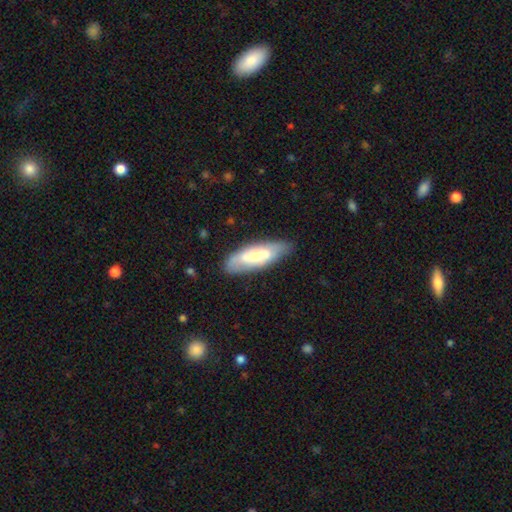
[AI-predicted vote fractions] Smooth or featured? smooth (53%)
How rounded? in between (60%)
Merging? none (72%)